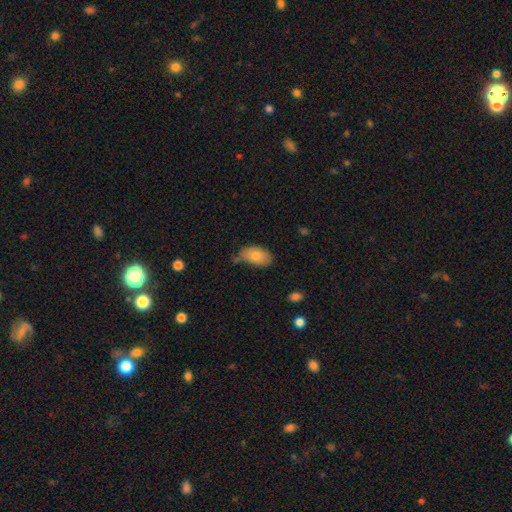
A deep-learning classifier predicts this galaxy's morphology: smooth 76%, featured or disk 16%, star or artifact 8%. Down the decision tree: how rounded — in between (91%); merging — none (52%).